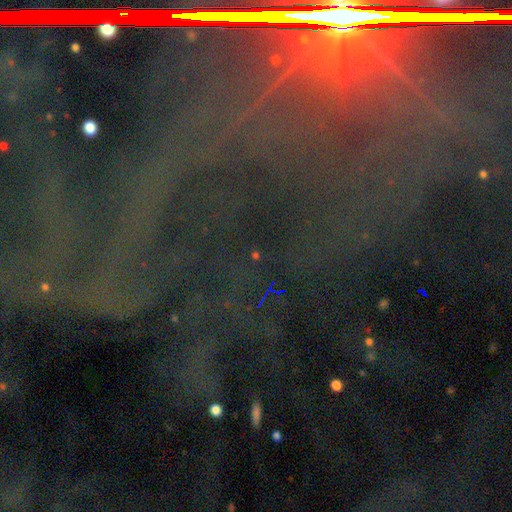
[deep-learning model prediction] A star or artifact, not a galaxy (79%).

Vote fractions:
- Smooth or featured? star or artifact: 79% / smooth: 12% / featured or disk: 9%